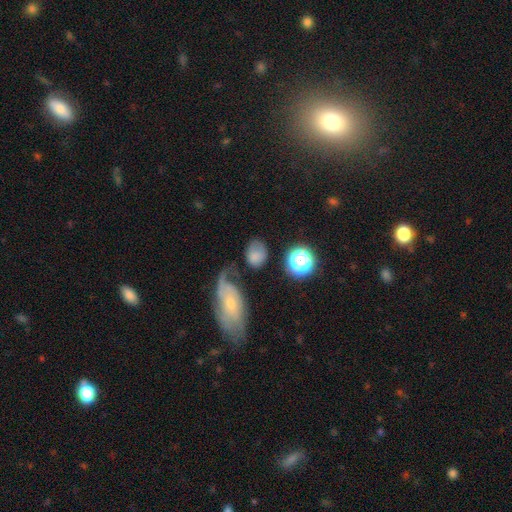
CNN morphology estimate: Smooth or featured? Predicted: smooth (p=0.71). How rounded? Predicted: in between (p=0.57). Merging? Predicted: none (p=0.48).